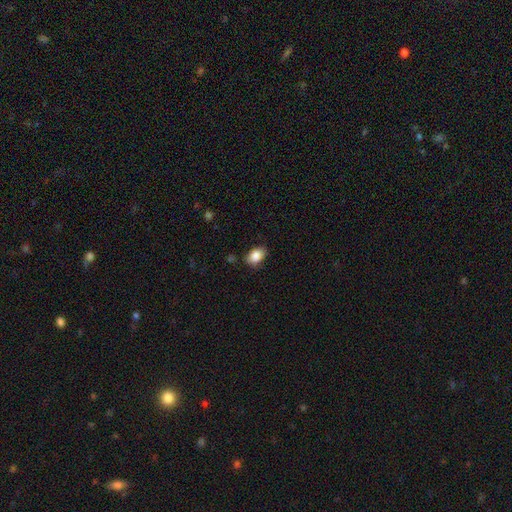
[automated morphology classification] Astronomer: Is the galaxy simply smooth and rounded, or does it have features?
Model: smooth — 87%.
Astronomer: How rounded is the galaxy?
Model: in between — 82%.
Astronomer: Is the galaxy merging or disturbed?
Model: none — 79%.